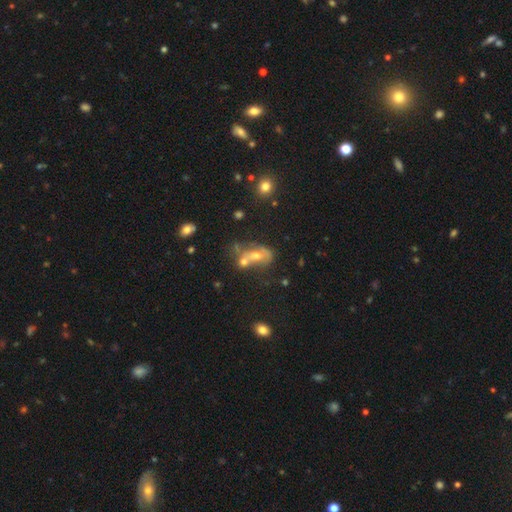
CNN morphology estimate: A featured or disk galaxy (43%).

Vote fractions:
- Smooth or featured? featured or disk: 43% / smooth: 39% / star or artifact: 17%
- Merging? merger: 46% / none: 28% / minor disturbance: 14% / major disturbance: 12%